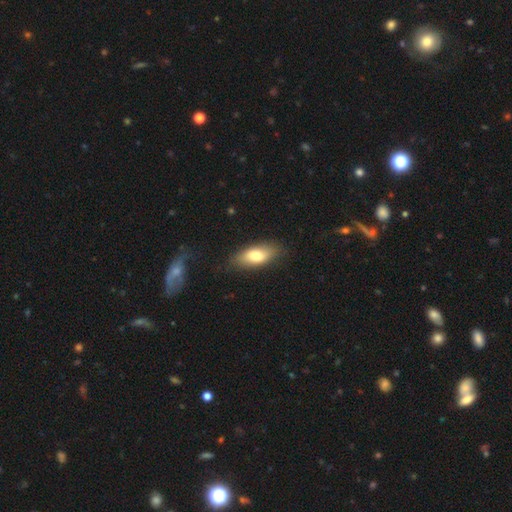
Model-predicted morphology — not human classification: Overall: smooth (74%). How rounded: in between (83%). Merging: none (82%).